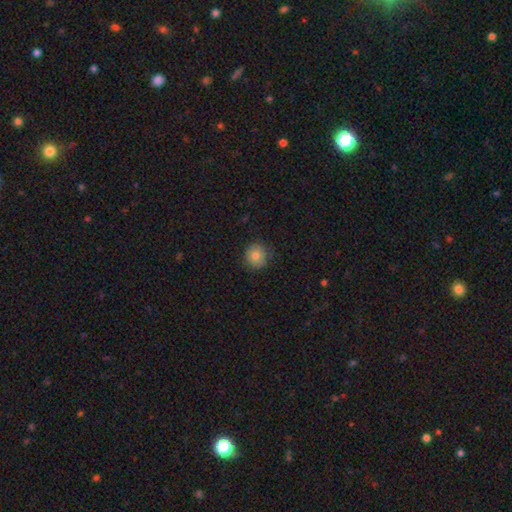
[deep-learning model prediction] This is clearly a smooth galaxy (81%). How rounded: clearly round (90%). Merging: clearly none (85%).